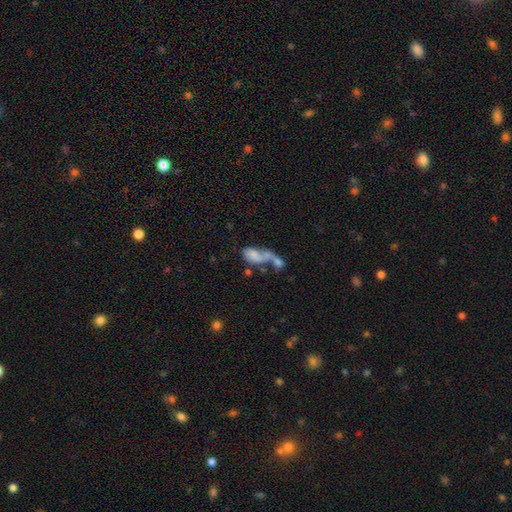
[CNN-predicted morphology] The model was most divided on "smooth or featured": smooth: 58%, featured or disk: 32%, star or artifact: 10%. More confident: how rounded — in between (87%); merging — merger (64%).